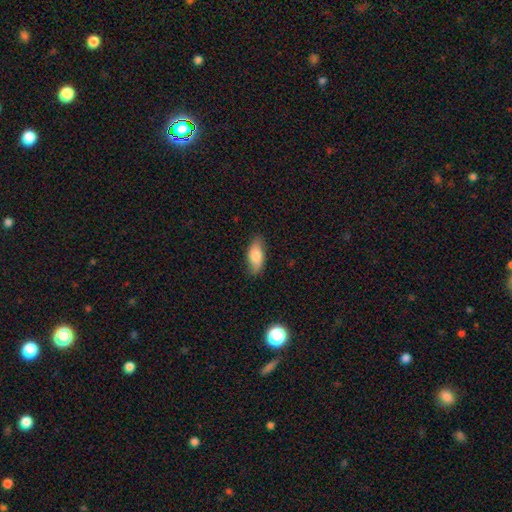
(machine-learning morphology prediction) type=smooth (77%); roundness=in between (86%); merging=none (80%).